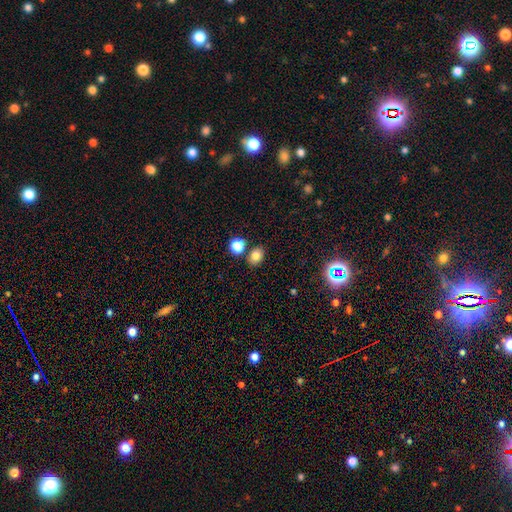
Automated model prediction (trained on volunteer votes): Smooth or featured? smooth (79%)
How rounded? in between (59%)
Merging? none (79%)